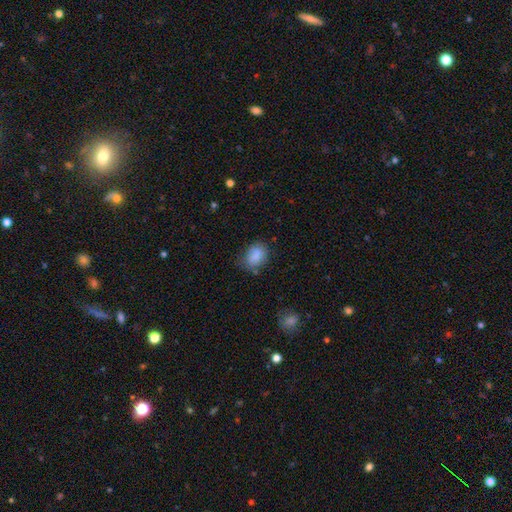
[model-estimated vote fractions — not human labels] Smooth or featured? Predicted: smooth (p=0.85). How rounded? Predicted: in between (p=0.72). Merging? Predicted: none (p=0.65).